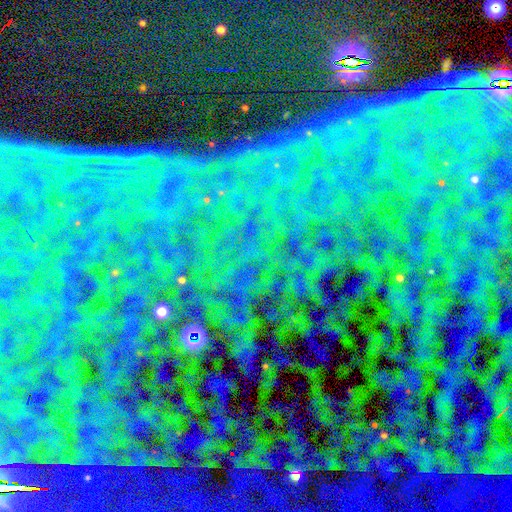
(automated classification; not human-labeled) Smooth or featured? star or artifact (83%)